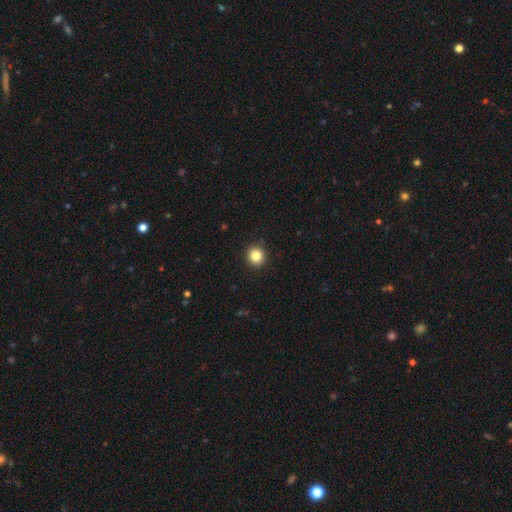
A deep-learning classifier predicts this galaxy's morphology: A smooth galaxy with no disk features (84%) that is round (90%). Merging: none (92%).